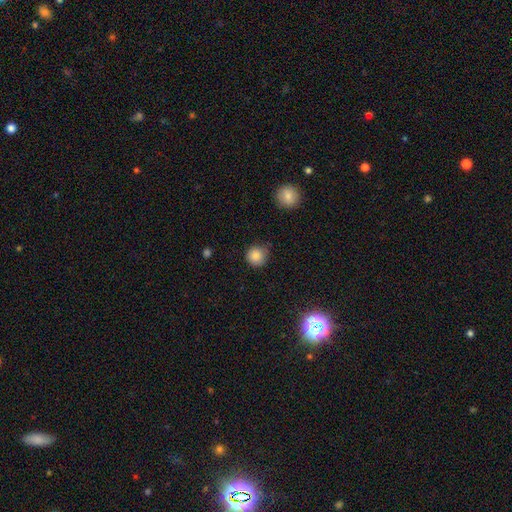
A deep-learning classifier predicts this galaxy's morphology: Overall: smooth (85%). How rounded: round (93%). Merging: none (77%).